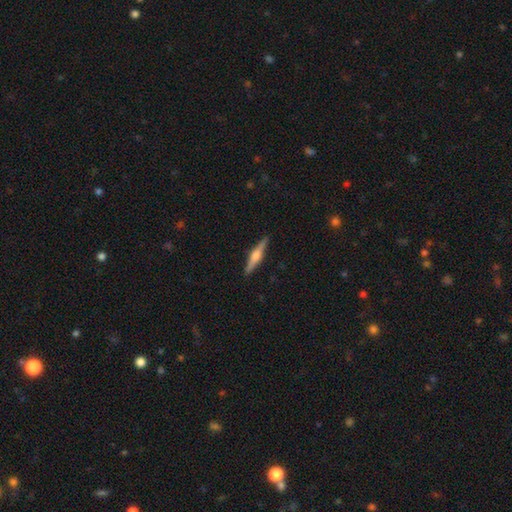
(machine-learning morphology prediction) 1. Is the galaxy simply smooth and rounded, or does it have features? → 69% featured or disk, 25% smooth, 6% star or artifact.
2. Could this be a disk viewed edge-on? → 98% yes, 2% no.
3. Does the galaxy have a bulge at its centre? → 87% rounded, 9% boxy, 4% none.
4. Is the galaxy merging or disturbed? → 91% none, 7% minor disturbance, 1% major disturbance, 1% merger.